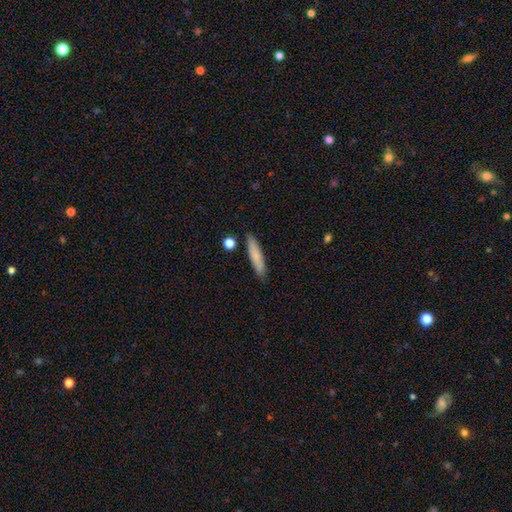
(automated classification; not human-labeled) The model was most divided on "smooth or featured": smooth: 77%, featured or disk: 16%, star or artifact: 7%. More confident: merging — none (85%); how rounded — cigar-shaped (84%).